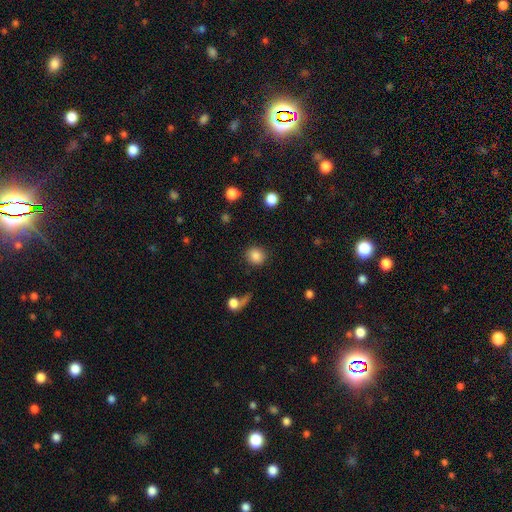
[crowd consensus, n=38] Smooth or featured?
  - smooth: 89% *
  - featured or disk: 5%
  - star or artifact: 5%
How rounded?
  - round: 88% *
  - in between: 12%
  - cigar-shaped: 0%
Merging?
  - none: 78% *
  - merger: 14%
  - major disturbance: 8%
  - minor disturbance: 0%